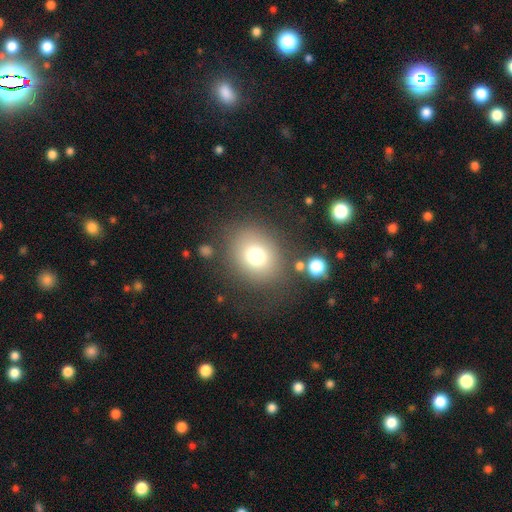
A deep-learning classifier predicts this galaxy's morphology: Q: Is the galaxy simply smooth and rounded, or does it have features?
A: smooth — 73%.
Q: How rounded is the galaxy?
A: round — 68%.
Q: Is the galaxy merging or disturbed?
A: none — 78%.